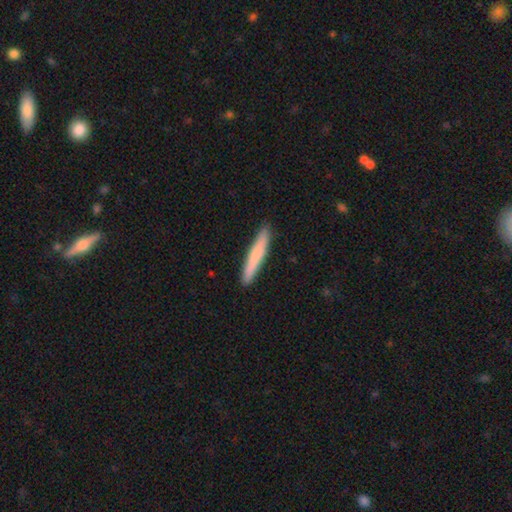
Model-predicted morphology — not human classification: This appears to be a smooth galaxy with no disk features (71%) that is cigar-shaped (95%). Merging: none (91%).